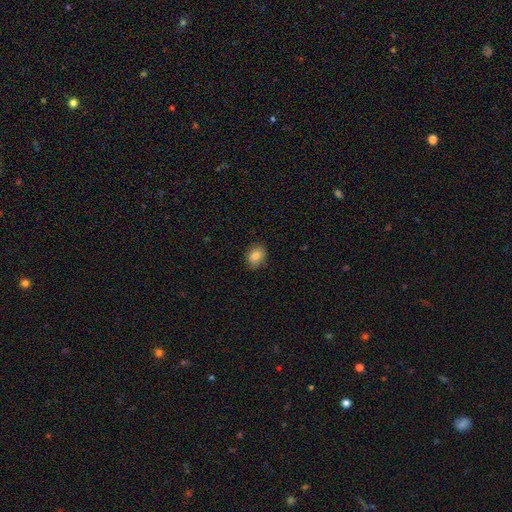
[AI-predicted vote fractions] This appears to be a smooth galaxy with no disk features (85%) that is in between round and cigar-shaped (58%). Merging: none (84%).